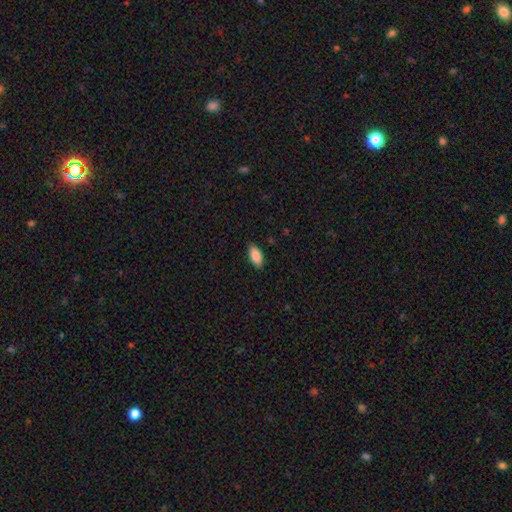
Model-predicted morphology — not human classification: Q: Smooth or featured?
A: smooth (89%); runner-up: star or artifact (6%)
Q: How rounded?
A: in between (92%); runner-up: cigar-shaped (6%)
Q: Merging?
A: none (88%); runner-up: minor disturbance (9%)